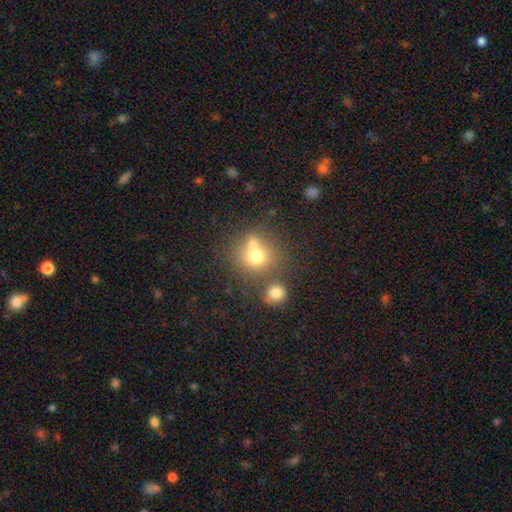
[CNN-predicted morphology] type=smooth (70%); roundness=round (83%); merging=none (47%).